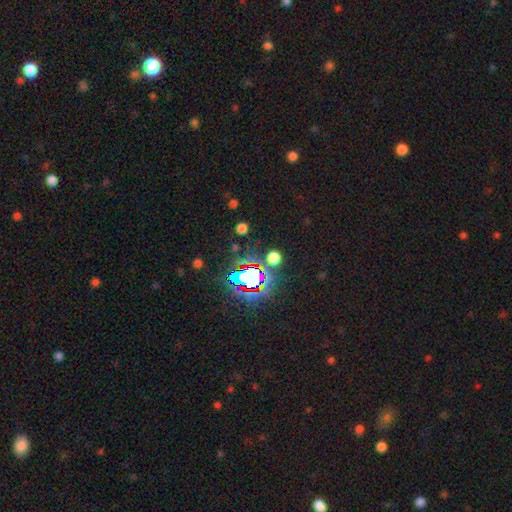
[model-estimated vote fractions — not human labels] A star or artifact, not a galaxy (80%).

Vote fractions:
- Smooth or featured? star or artifact: 80% / smooth: 12% / featured or disk: 8%